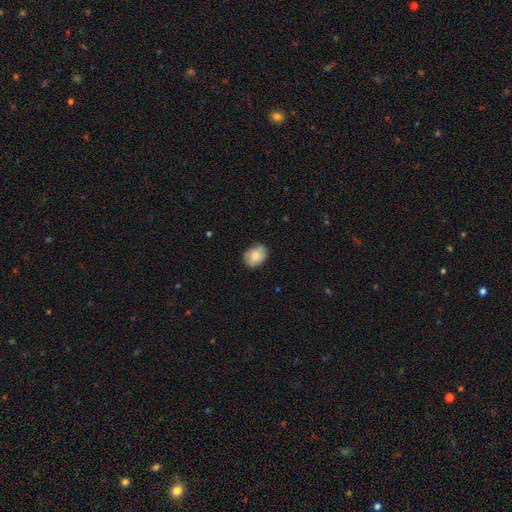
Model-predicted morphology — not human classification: The model was most divided on "how rounded": in between: 58%, round: 41%, cigar-shaped: 1%. More confident: smooth or featured — smooth (80%); merging — none (73%).